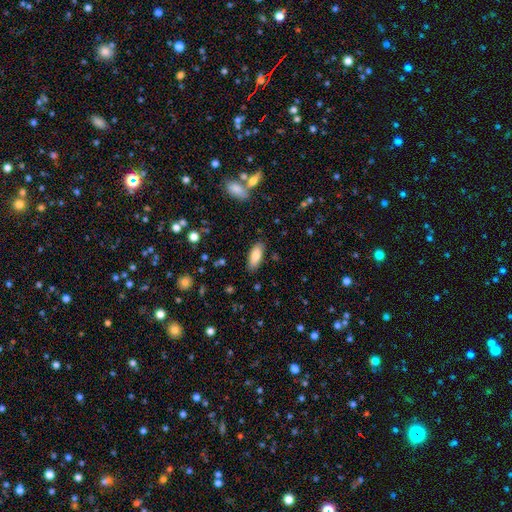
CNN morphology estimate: A smooth galaxy with no disk features (85%) that is in between round and cigar-shaped (80%). Merging: none (85%).